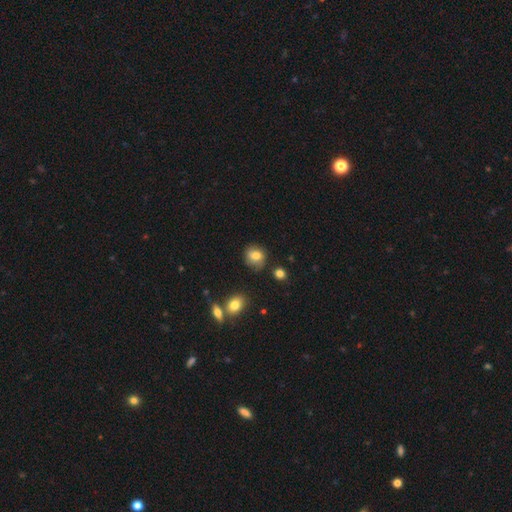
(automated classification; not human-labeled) A smooth galaxy with no disk features (76%) that is round (75%).

Vote fractions:
- Smooth or featured? smooth: 76% / featured or disk: 14% / star or artifact: 10%
- How rounded? round: 75% / in between: 24% / cigar-shaped: 1%
- Merging? none: 75% / minor disturbance: 18% / major disturbance: 4% / merger: 3%